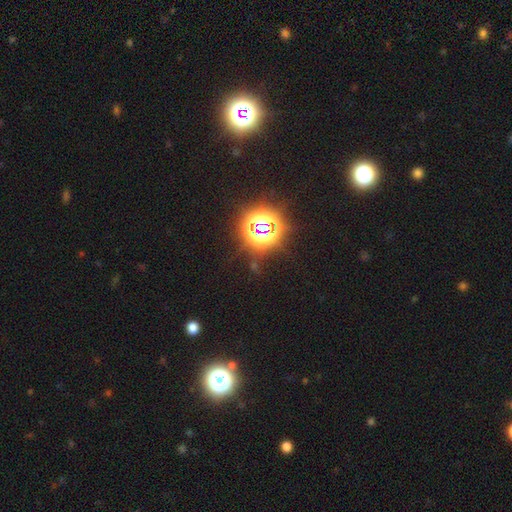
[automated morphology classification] The model was most divided on "smooth or featured": star or artifact: 82%, smooth: 12%, featured or disk: 6%.